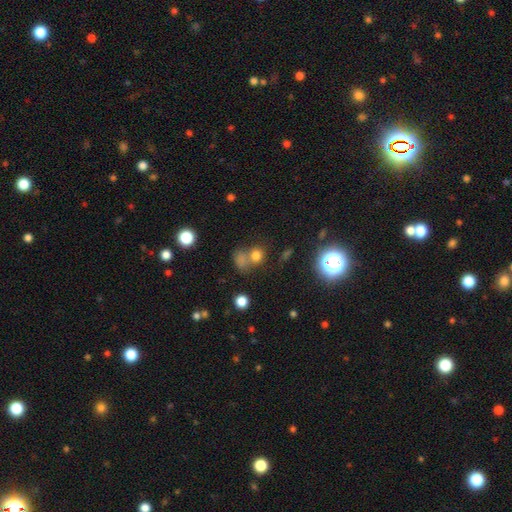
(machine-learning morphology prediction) smooth 69%, star or artifact 22%, featured or disk 9%. Down the decision tree: how rounded — round (72%); merging — none (46%).